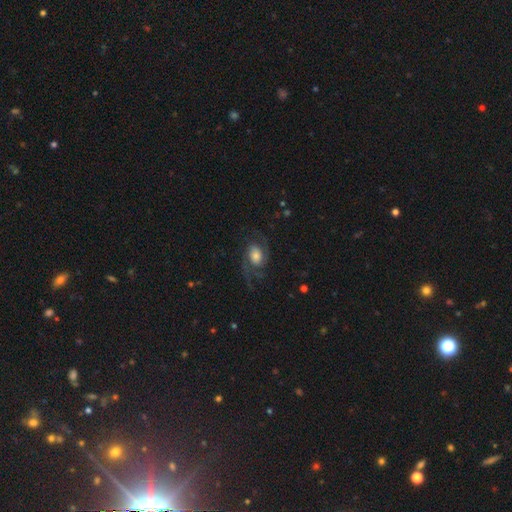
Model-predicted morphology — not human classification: Smooth or featured?
  - featured or disk: 79% *
  - smooth: 14%
  - star or artifact: 7%
Edge-on disk?
  - no: 97% *
  - yes: 3%
Bar?
  - no: 60% *
  - weak: 33%
  - strong: 7%
Spiral arms?
  - yes: 95% *
  - no: 5%
Spiral winding?
  - medium: 48% *
  - loose: 34%
  - tight: 18%
Spiral arm count?
  - 2: 76% *
  - 3: 8%
  - can't tell: 6%
  - 1: 3%
  - 4: 3%
  - more than 4: 3%
Bulge size?
  - moderate: 38% *
  - large: 37%
  - small: 14%
  - dominant: 6%
  - none: 5%
Merging?
  - none: 68% *
  - major disturbance: 16%
  - minor disturbance: 15%
  - merger: 1%